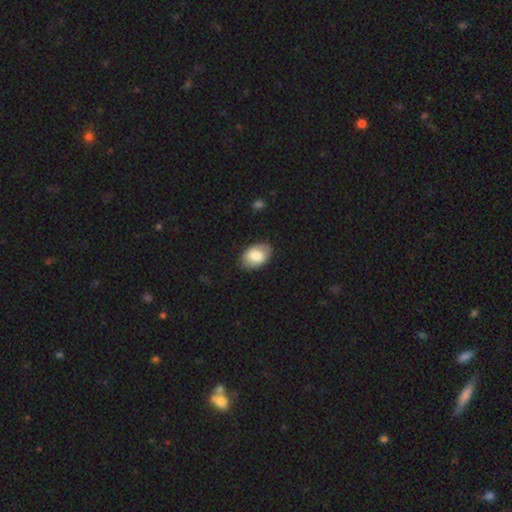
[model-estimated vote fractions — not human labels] smooth_or_featured: smooth (p=0.79) [alt: featured or disk p=0.15]
how_rounded: in between (p=0.89) [alt: round p=0.10]
merging: none (p=0.83) [alt: minor disturbance p=0.13]